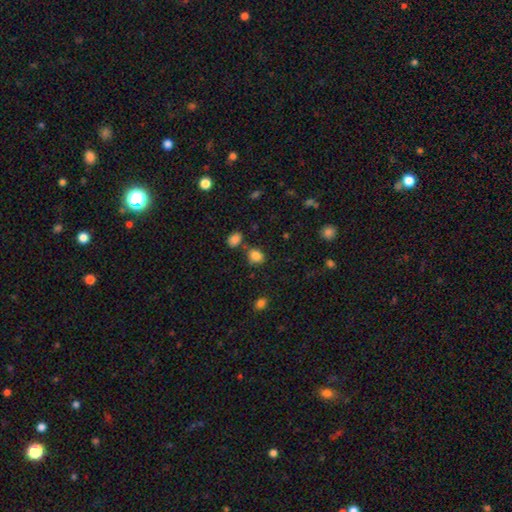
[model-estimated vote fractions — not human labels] Smooth or featured: smooth — 84% (star or artifact — 11%)
How rounded: round — 56% (in between — 43%)
Merging: none — 69% (minor disturbance — 13%)